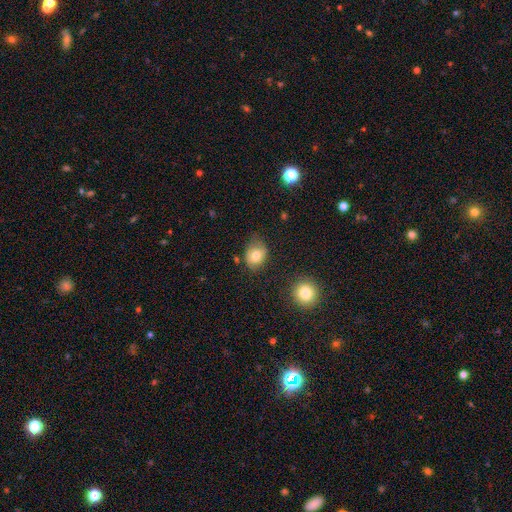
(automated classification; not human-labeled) Smooth or featured? smooth (76%)
How rounded? in between (53%)
Merging? none (64%)